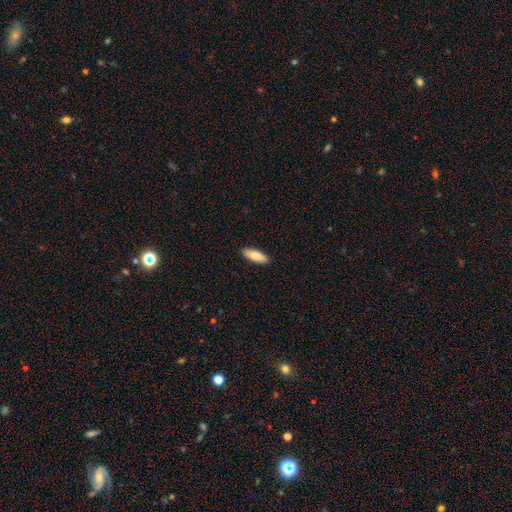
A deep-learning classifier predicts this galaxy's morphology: Q: Smooth or featured?
A: smooth (82%); runner-up: featured or disk (12%)
Q: How rounded?
A: in between (68%); runner-up: cigar-shaped (30%)
Q: Merging?
A: none (91%); runner-up: minor disturbance (7%)